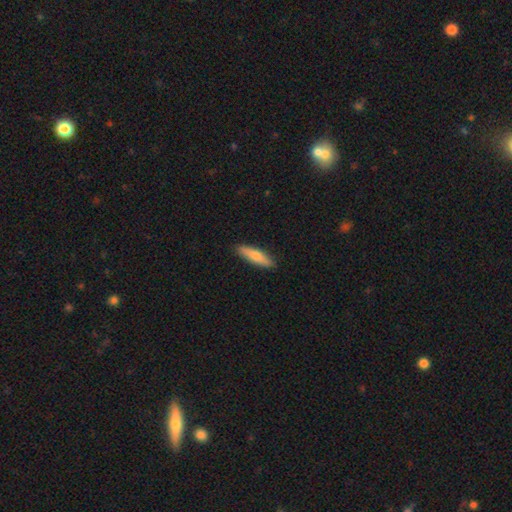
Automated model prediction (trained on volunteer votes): The model was most divided on "how rounded": cigar-shaped: 69%, in between: 29%, round: 2%. More confident: merging — none (89%); smooth or featured — smooth (75%).